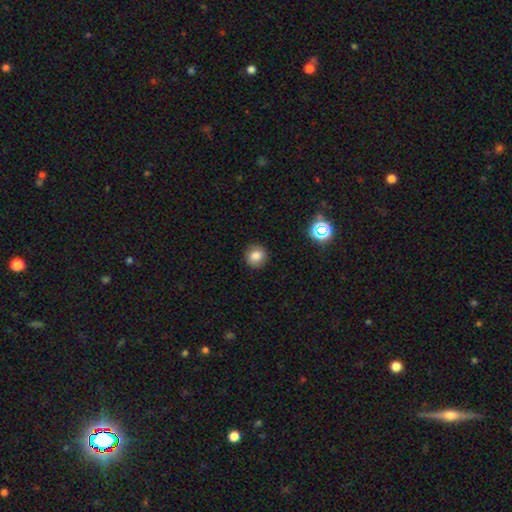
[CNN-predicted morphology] Smooth or featured?
  - smooth: 80% *
  - star or artifact: 12%
  - featured or disk: 8%
How rounded?
  - round: 86% *
  - in between: 13%
  - cigar-shaped: 1%
Merging?
  - none: 89% *
  - minor disturbance: 8%
  - major disturbance: 2%
  - merger: 1%